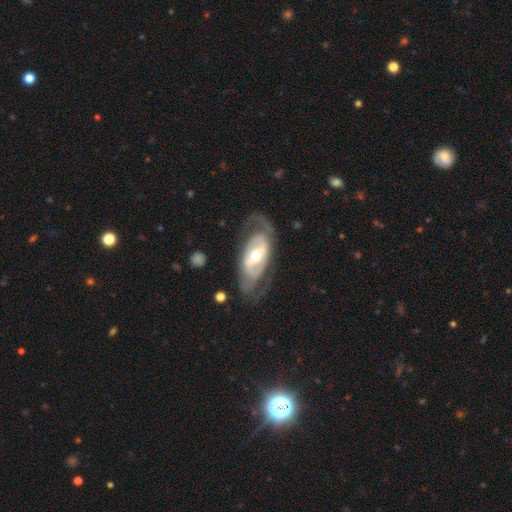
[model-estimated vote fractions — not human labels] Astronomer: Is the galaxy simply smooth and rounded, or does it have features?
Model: featured or disk — 80%.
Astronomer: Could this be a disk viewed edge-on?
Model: no — 92%.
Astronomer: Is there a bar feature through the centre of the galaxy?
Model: strong — 36% (runner-up: weak, 33%).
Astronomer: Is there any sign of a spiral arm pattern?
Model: yes — 73%.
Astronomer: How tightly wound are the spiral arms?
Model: medium — 40% (runner-up: tight, 36%).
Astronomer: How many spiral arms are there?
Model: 2 — 72%.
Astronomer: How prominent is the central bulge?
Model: moderate — 67%.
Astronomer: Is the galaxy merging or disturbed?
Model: none — 64%.